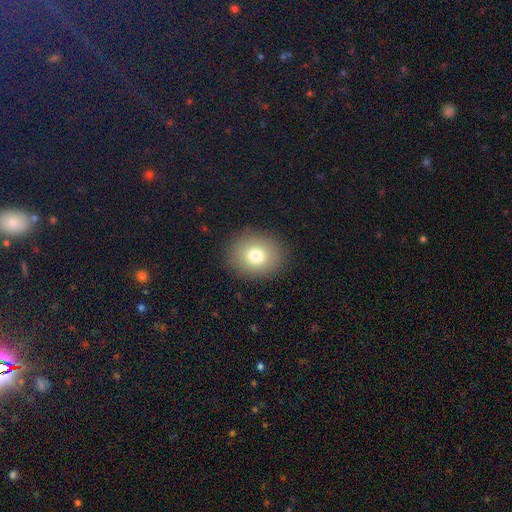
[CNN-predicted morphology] Smooth or featured?
  - smooth: 76% *
  - featured or disk: 12%
  - star or artifact: 12%
How rounded?
  - round: 69% *
  - in between: 30%
  - cigar-shaped: 1%
Merging?
  - none: 88% *
  - minor disturbance: 8%
  - major disturbance: 3%
  - merger: 1%